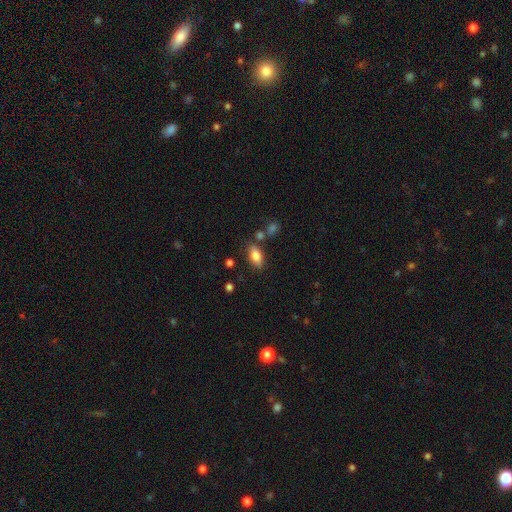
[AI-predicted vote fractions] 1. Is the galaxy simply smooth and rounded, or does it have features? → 79% smooth, 13% featured or disk, 8% star or artifact.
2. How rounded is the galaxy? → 87% in between, 9% cigar-shaped, 4% round.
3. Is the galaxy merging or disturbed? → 78% none, 13% minor disturbance, 6% merger, 3% major disturbance.